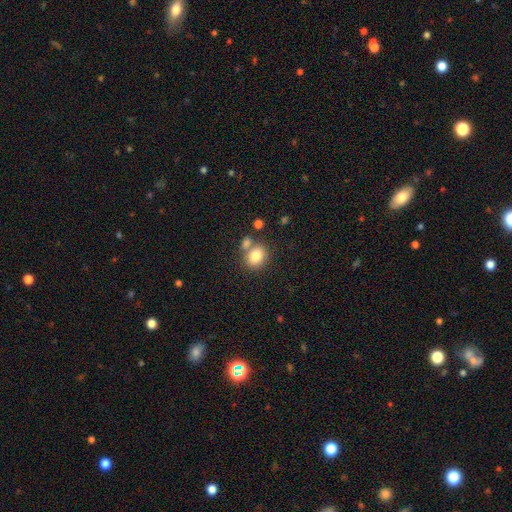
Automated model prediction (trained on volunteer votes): A smooth galaxy with no disk features (80%) that is round (56%). Merging: none (59%).